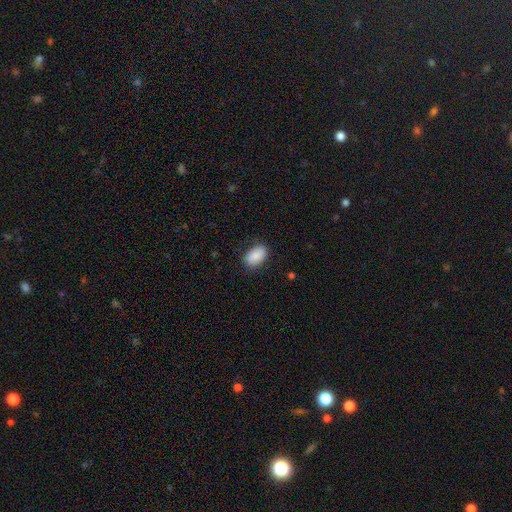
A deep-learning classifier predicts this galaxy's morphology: This is clearly a smooth galaxy (86%). How rounded: clearly in between (91%). Merging: clearly none (84%).